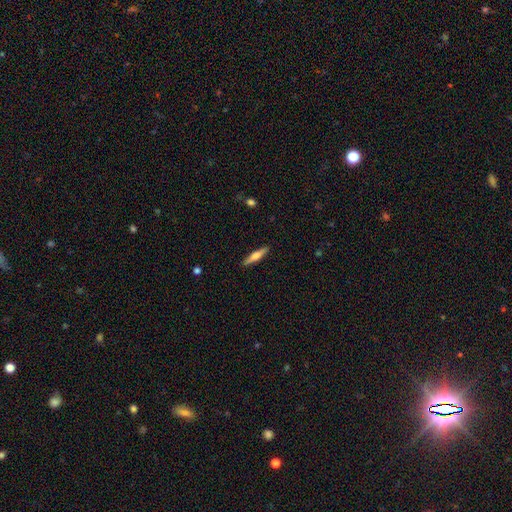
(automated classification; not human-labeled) Morphology: type=smooth (47%, tied with featured or disk); merging=none (90%).